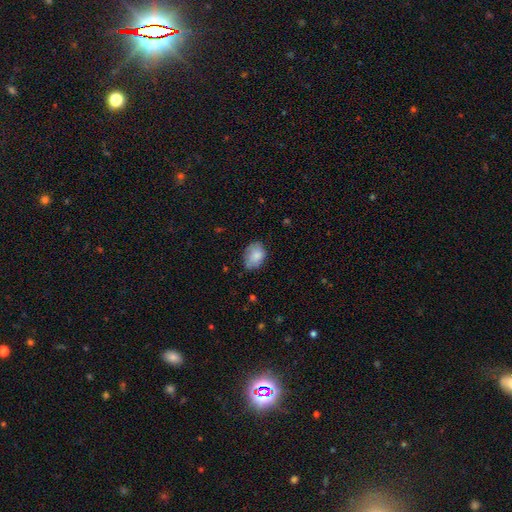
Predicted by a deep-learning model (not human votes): A smooth galaxy with no disk features (82%) that is in between round and cigar-shaped (73%). Merging: none (62%).